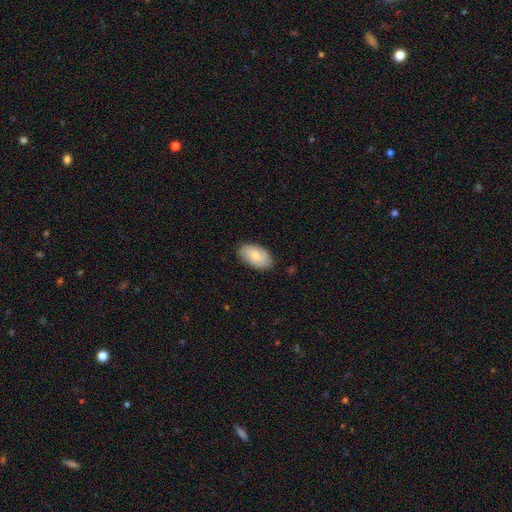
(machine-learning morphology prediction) This appears to be a smooth galaxy with no disk features (71%) that is in between round and cigar-shaped (94%). Merging: none (83%).